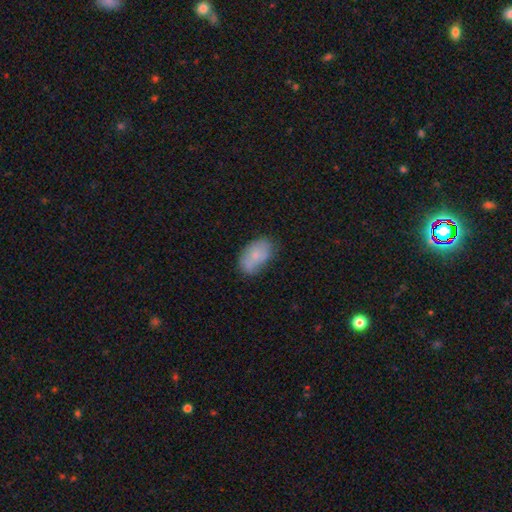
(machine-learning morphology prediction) Smooth or featured? Predicted: smooth (p=0.72). How rounded? Predicted: in between (p=0.91). Merging? Predicted: none (p=0.54).